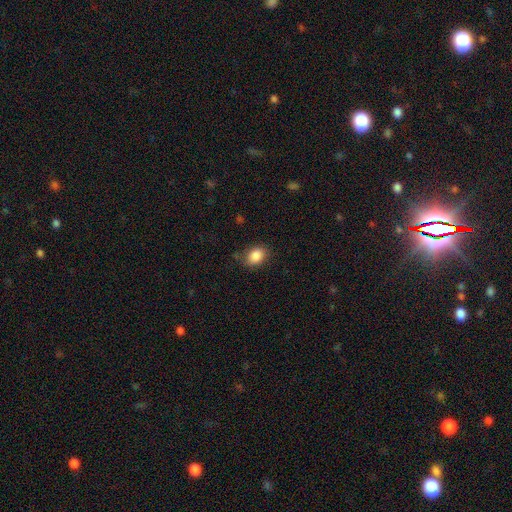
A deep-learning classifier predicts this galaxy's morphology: smooth-or-featured: smooth: 87% | star or artifact: 8% | featured or disk: 5%
  how-rounded: in between: 67% | round: 32% | cigar-shaped: 1%
  merging: none: 77% | minor disturbance: 17% | major disturbance: 4% | merger: 2%